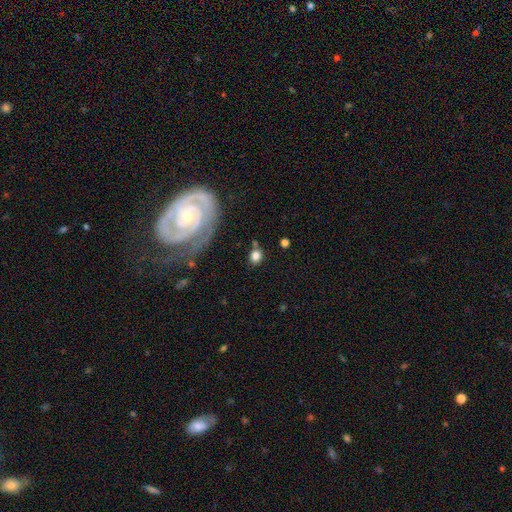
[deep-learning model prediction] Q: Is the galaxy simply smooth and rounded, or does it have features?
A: smooth — 69%.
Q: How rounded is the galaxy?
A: round — 61%.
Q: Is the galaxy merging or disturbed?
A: none — 74%.